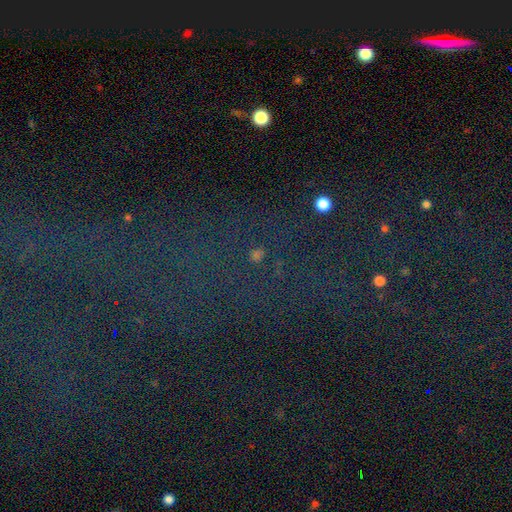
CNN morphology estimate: This is likely a star or artifact rather than a galaxy (78%).